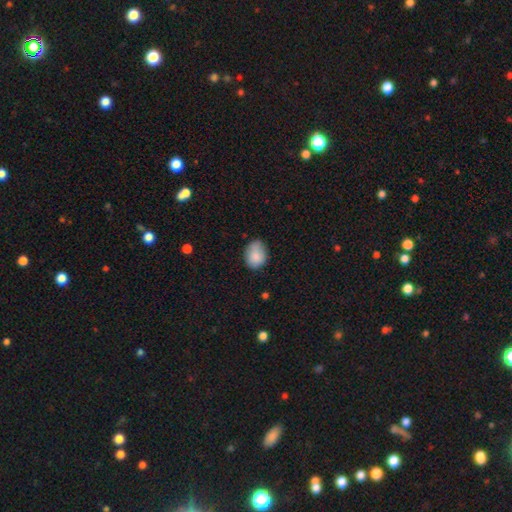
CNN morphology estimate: Smooth or featured? smooth (85%)
How rounded? in between (66%)
Merging? none (63%)